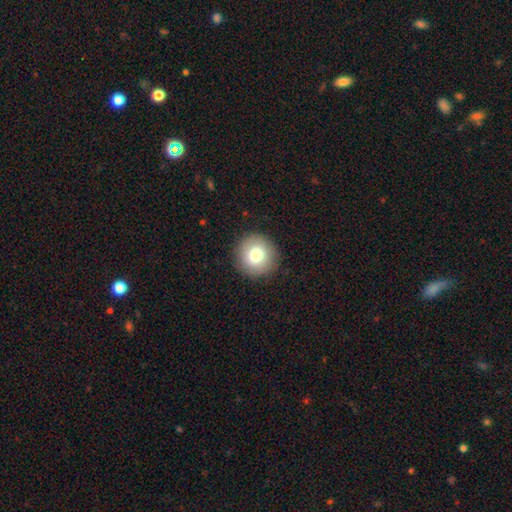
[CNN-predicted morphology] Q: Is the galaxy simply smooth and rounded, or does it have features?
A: smooth — 71%.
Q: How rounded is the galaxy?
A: round — 95%.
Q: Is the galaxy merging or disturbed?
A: none — 92%.